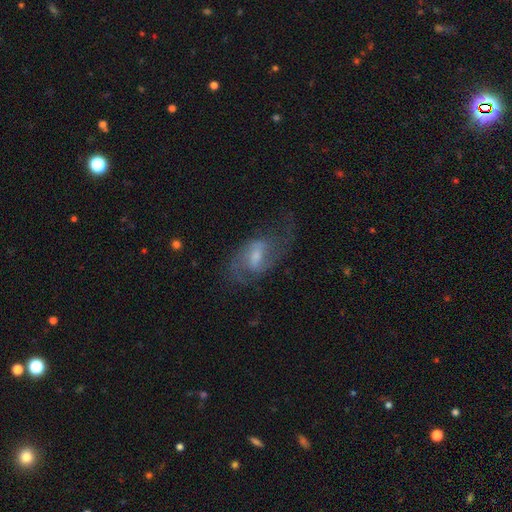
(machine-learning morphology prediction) Smooth or featured: featured or disk — 76% (smooth — 16%)
Edge-on disk: no — 95% (yes — 5%)
Bar: weak — 57% (no — 22%)
Spiral arms: yes — 90% (no — 10%)
Spiral winding: medium — 44% (loose — 43%)
Spiral arm count: 2 — 76% (can't tell — 11%)
Bulge size: small — 43% (moderate — 42%)
Merging: none — 58% (major disturbance — 21%)